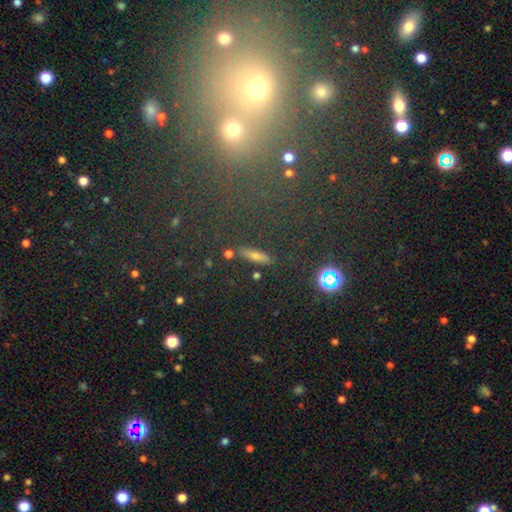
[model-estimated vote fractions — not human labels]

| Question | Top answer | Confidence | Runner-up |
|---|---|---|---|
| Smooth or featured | star or artifact | 39% | smooth (38%) |